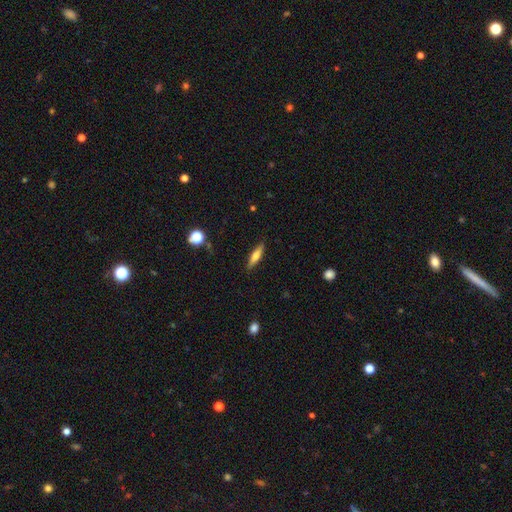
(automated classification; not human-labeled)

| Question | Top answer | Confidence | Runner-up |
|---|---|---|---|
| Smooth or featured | smooth | 56% | featured or disk (37%) |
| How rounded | cigar-shaped | 73% | in between (25%) |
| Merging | none | 88% | minor disturbance (9%) |